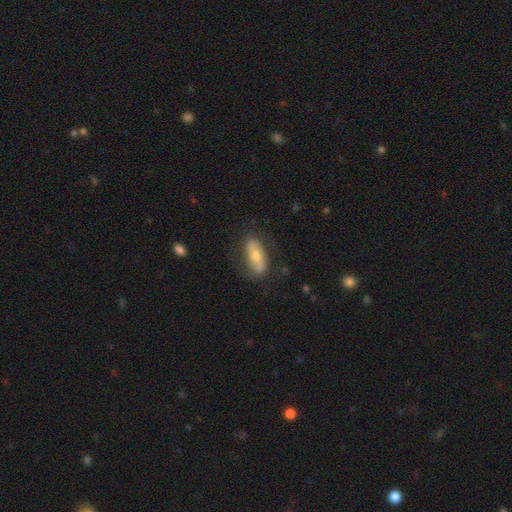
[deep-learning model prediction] The model was most divided on "smooth or featured": smooth: 48%, featured or disk: 45%, star or artifact: 7%. More confident: merging — none (72%).